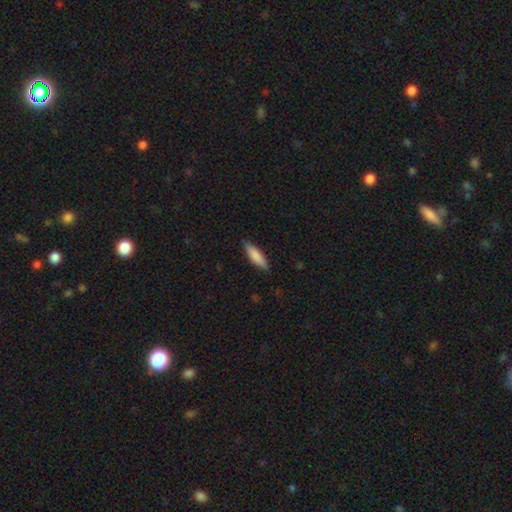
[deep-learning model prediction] The model was most divided on "how rounded": cigar-shaped: 61%, in between: 38%, round: 1%. More confident: merging — none (87%); smooth or featured — smooth (85%).